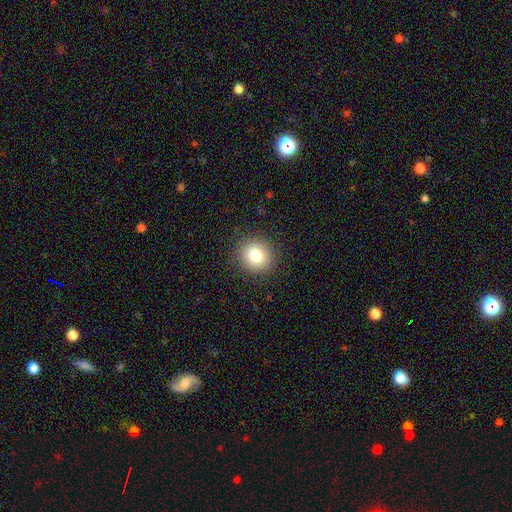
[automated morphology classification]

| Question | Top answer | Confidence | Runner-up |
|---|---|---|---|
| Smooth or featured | smooth | 80% | star or artifact (11%) |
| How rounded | round | 87% | in between (12%) |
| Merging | none | 90% | minor disturbance (7%) |